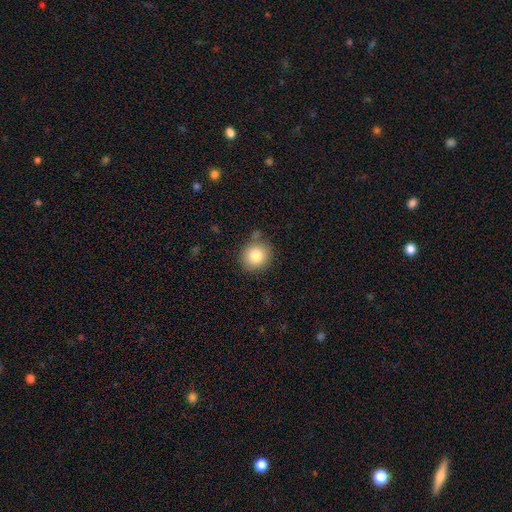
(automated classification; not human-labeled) This is clearly a smooth galaxy (83%). How rounded: clearly round (83%). Merging: clearly none (81%).